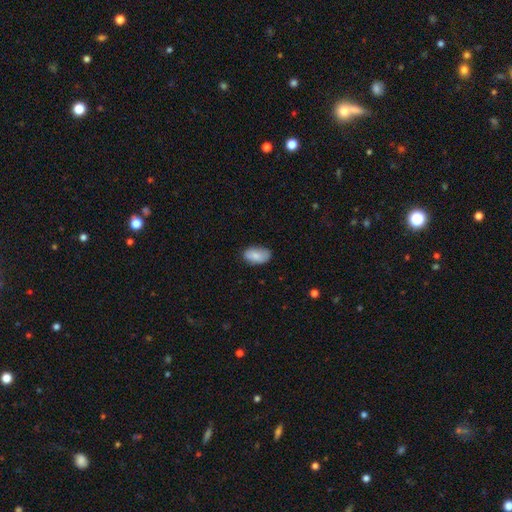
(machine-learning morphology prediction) Smooth or featured?
  - smooth: 82% *
  - featured or disk: 12%
  - star or artifact: 7%
How rounded?
  - in between: 92% *
  - round: 6%
  - cigar-shaped: 2%
Merging?
  - none: 74% *
  - minor disturbance: 21%
  - major disturbance: 4%
  - merger: 1%